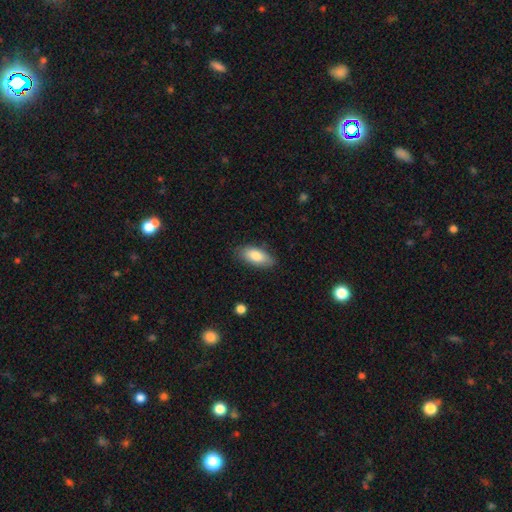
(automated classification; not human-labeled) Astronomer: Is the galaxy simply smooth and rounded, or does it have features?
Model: smooth — 83%.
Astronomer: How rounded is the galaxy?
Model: in between — 86%.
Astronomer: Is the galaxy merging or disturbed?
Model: none — 82%.